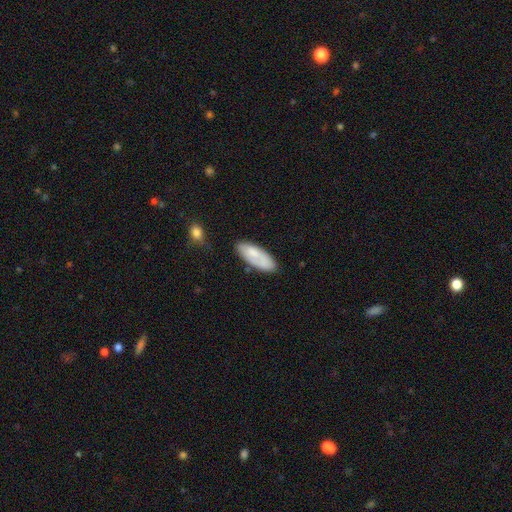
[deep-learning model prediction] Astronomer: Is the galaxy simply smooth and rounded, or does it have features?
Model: smooth — 68%.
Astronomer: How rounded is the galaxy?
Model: in between — 75%.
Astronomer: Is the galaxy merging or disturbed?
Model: none — 67%.